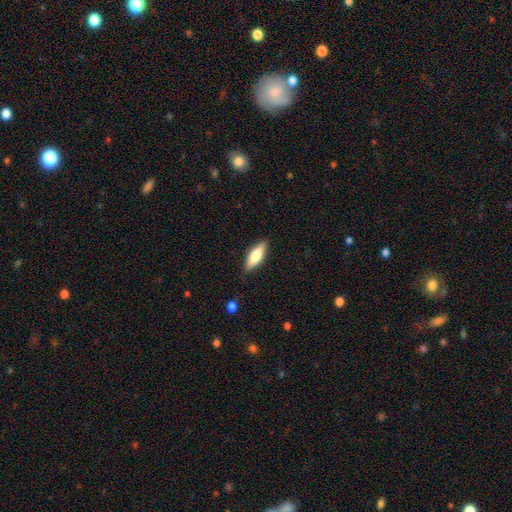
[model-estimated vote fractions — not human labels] Morphology: type=smooth (66%); roundness=in between (61%); merging=none (86%).